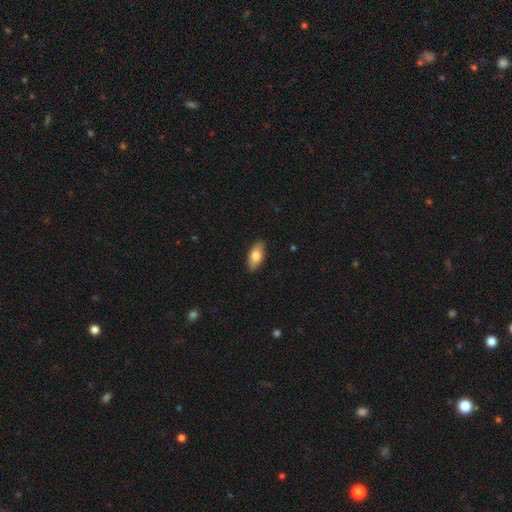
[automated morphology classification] A smooth galaxy with no disk features (78%) that is in between round and cigar-shaped (90%).

Vote fractions:
- Smooth or featured? smooth: 78% / featured or disk: 16% / star or artifact: 6%
- How rounded? in between: 90% / cigar-shaped: 7% / round: 3%
- Merging? none: 88% / minor disturbance: 9% / major disturbance: 2% / merger: 1%